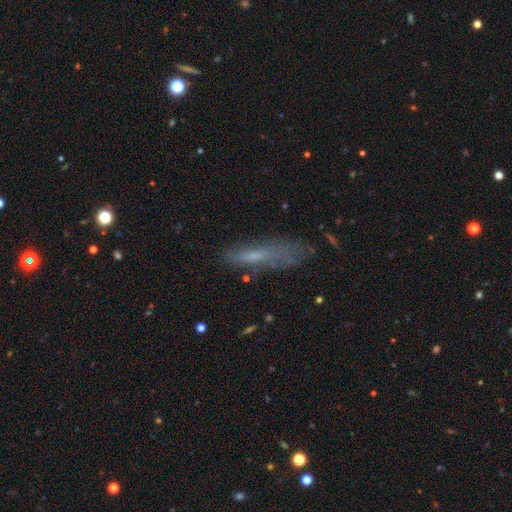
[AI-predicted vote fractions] A smooth galaxy with no disk features (54%) that is cigar-shaped (75%). Merging: none (53%).